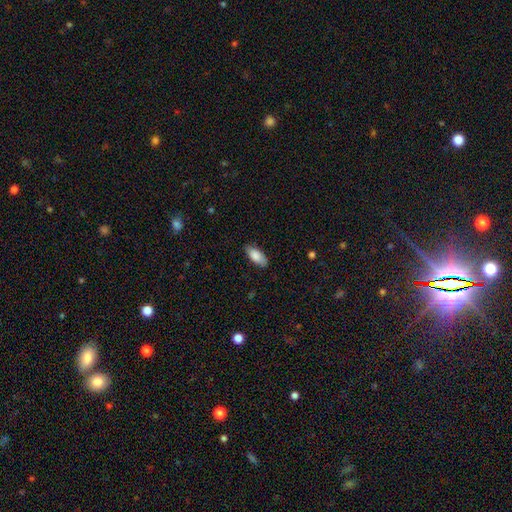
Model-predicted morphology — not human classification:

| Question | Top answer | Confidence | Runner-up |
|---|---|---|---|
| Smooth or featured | smooth | 85% | featured or disk (9%) |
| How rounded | in between | 84% | cigar-shaped (15%) |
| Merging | none | 85% | minor disturbance (12%) |